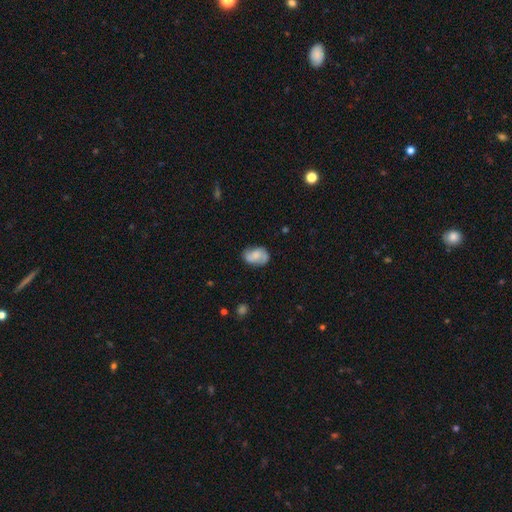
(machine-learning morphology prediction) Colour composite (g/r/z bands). It shows a smooth galaxy with no disk features (55%) that is in between round and cigar-shaped (83%). Merging: none (66%).